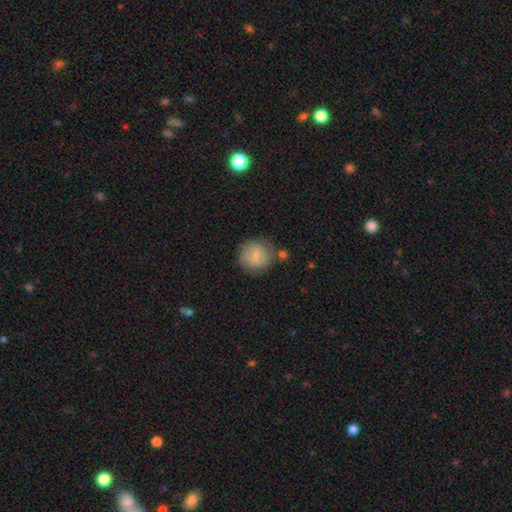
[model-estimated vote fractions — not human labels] smooth 71%, featured or disk 22%, star or artifact 7%. Down the decision tree: how rounded — round (88%); merging — none (71%).